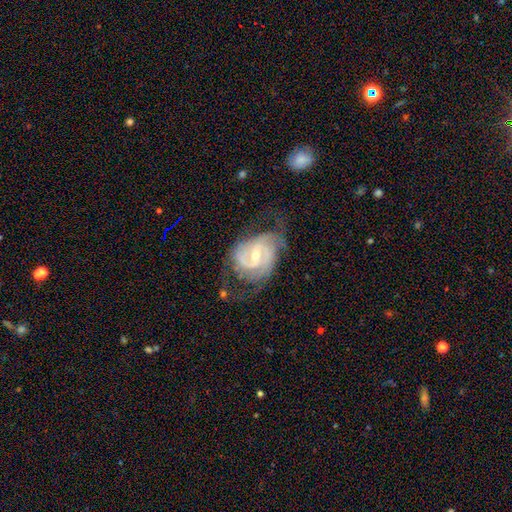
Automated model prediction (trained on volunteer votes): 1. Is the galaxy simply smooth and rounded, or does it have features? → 88% featured or disk, 7% smooth, 5% star or artifact.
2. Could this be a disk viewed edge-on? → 97% no, 3% yes.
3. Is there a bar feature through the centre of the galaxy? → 52% weak, 26% no, 22% strong.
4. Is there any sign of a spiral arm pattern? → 96% yes, 4% no.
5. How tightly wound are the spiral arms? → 49% tight, 39% medium, 12% loose.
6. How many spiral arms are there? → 55% 2, 18% can't tell, 16% 3, 4% 4, 4% 1, 3% more than 4.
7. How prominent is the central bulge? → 50% small, 47% moderate, 2% large, 1% none, 1% dominant.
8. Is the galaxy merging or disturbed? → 54% none, 25% minor disturbance, 19% major disturbance, 2% merger.